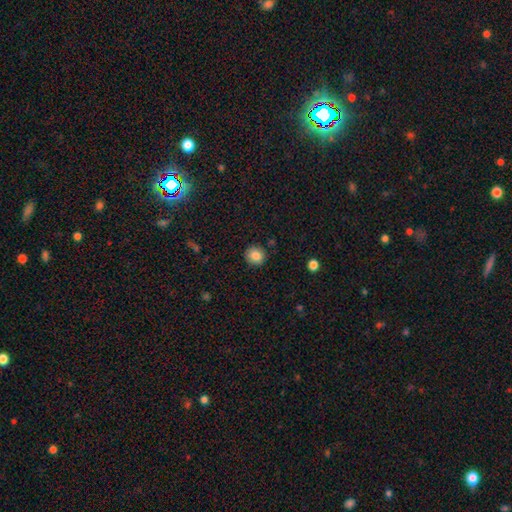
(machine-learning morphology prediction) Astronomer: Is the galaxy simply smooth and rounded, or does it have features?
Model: smooth — 84%.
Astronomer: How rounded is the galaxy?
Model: round — 91%.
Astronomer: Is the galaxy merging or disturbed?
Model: none — 89%.